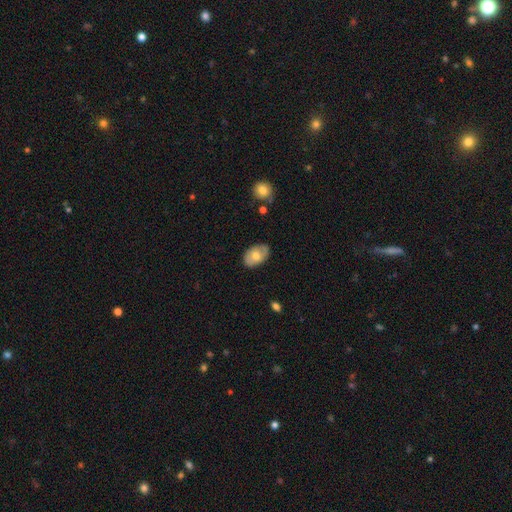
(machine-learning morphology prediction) Smooth or featured?
  - smooth: 63% *
  - featured or disk: 30%
  - star or artifact: 6%
How rounded?
  - in between: 89% *
  - round: 10%
  - cigar-shaped: 1%
Merging?
  - none: 77% *
  - minor disturbance: 18%
  - major disturbance: 3%
  - merger: 1%